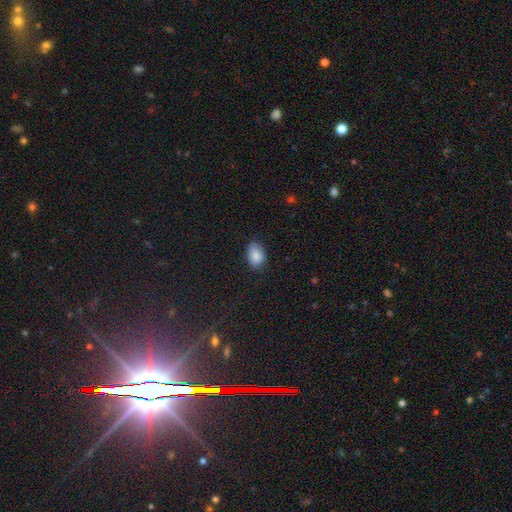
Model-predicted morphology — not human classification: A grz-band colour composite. It shows a smooth galaxy with no disk features (86%) that is in between round and cigar-shaped (82%). Merging: none (76%).